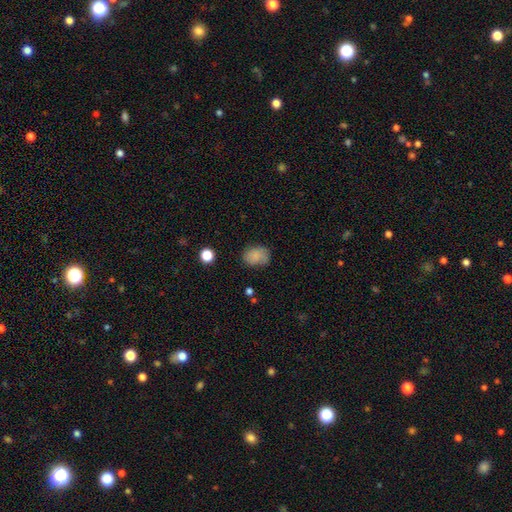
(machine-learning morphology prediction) type=smooth (82%); roundness=in between (63%); merging=none (72%).